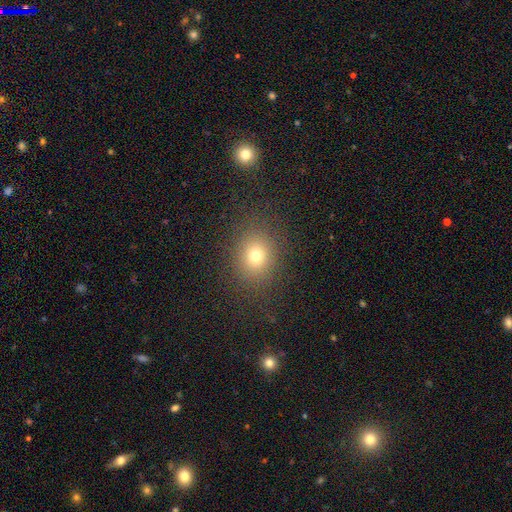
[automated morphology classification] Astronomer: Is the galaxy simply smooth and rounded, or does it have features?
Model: smooth — 73%.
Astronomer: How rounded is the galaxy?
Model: round — 69%.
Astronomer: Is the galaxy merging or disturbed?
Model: none — 85%.